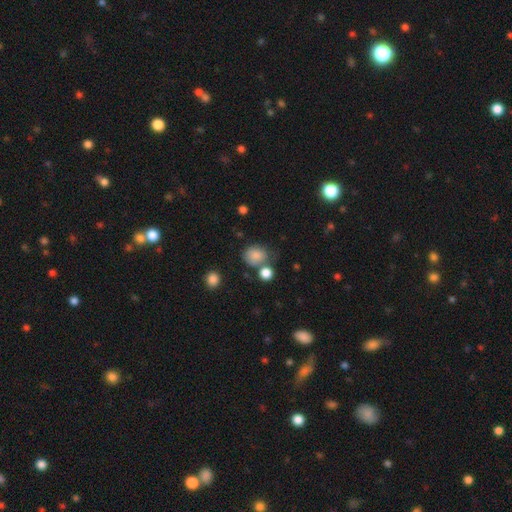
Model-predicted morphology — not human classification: Smooth or featured: smooth — 83% (star or artifact — 11%)
How rounded: round — 63% (in between — 36%)
Merging: none — 57% (minor disturbance — 19%)